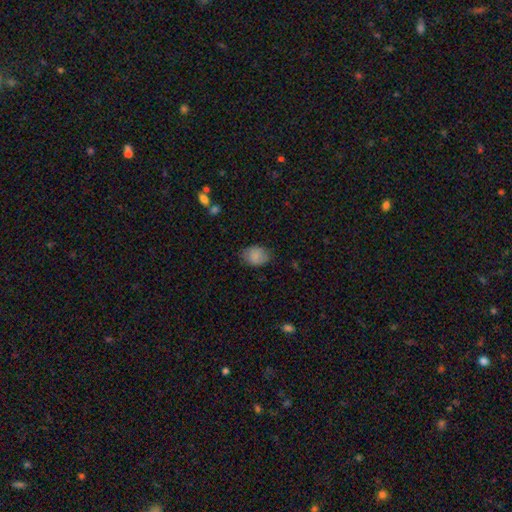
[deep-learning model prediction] A smooth galaxy with no disk features (81%) that is in between round and cigar-shaped (67%).

Vote fractions:
- Smooth or featured? smooth: 81% / featured or disk: 11% / star or artifact: 7%
- How rounded? in between: 67% / round: 32% / cigar-shaped: 1%
- Merging? none: 75% / minor disturbance: 20% / major disturbance: 4% / merger: 1%